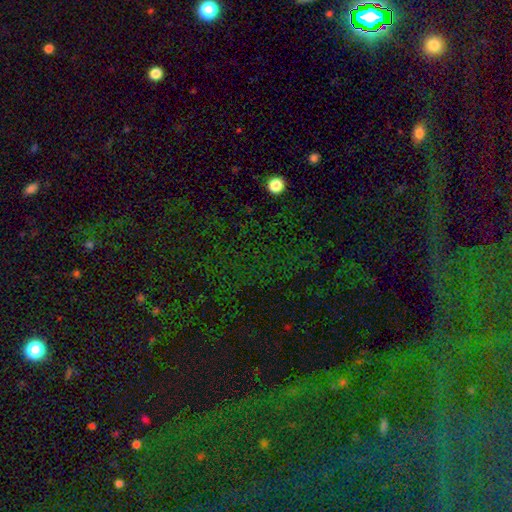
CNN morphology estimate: Q: Smooth or featured?
A: star or artifact (76%); runner-up: featured or disk (13%)